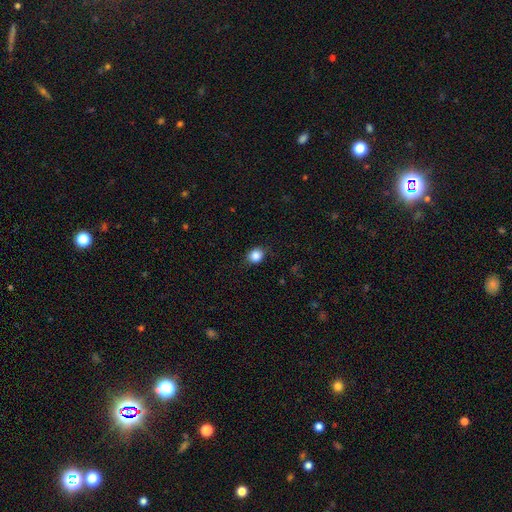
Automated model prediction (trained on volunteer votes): Morphology: type=smooth (86%); roundness=round (71%); merging=none (82%).